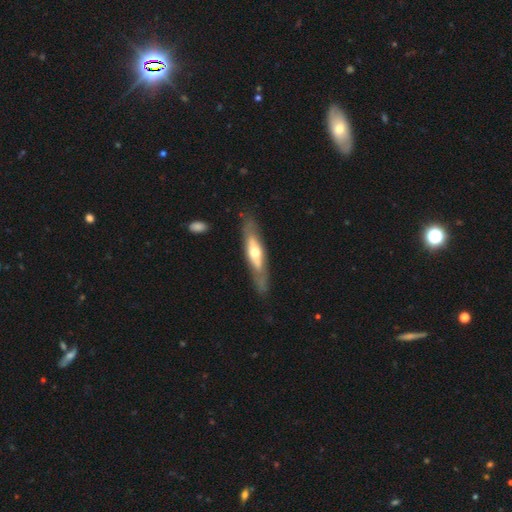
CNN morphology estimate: A featured or disk galaxy (64%) viewed edge-on (60%). Merging: none (78%).